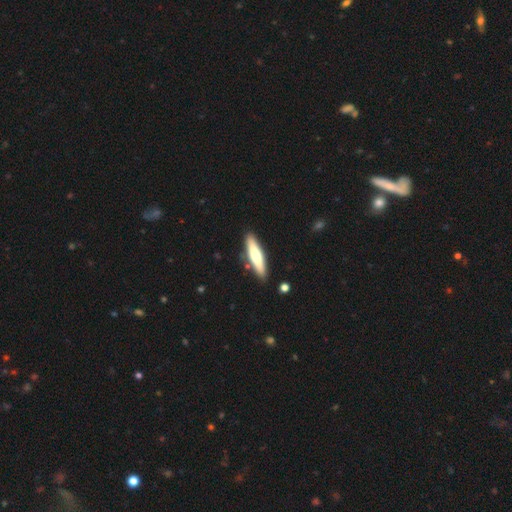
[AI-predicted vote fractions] smooth_or_featured: smooth (p=0.57) [alt: featured or disk p=0.38]
how_rounded: cigar-shaped (p=0.75) [alt: in between p=0.24]
merging: none (p=0.86) [alt: minor disturbance p=0.09]